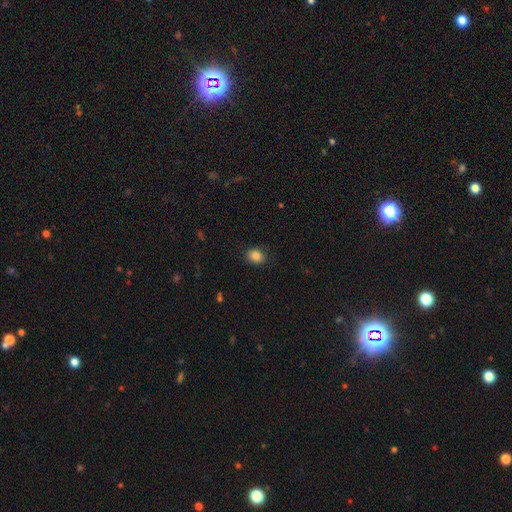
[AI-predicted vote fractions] smooth 86%, star or artifact 10%, featured or disk 4%. Down the decision tree: how rounded — in between (54%); merging — none (86%).